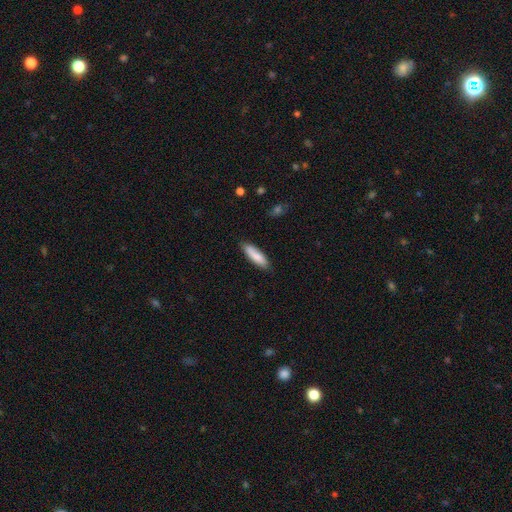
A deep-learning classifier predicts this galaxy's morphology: smooth_or_featured: smooth (p=0.84) [alt: featured or disk p=0.11]
how_rounded: cigar-shaped (p=0.63) [alt: in between p=0.36]
merging: none (p=0.85) [alt: minor disturbance p=0.12]